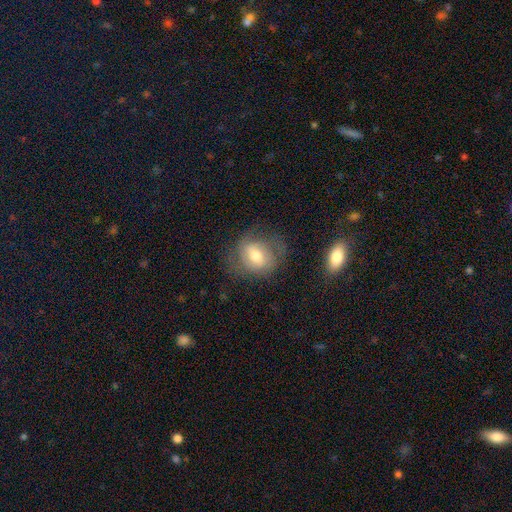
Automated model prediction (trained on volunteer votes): smooth 51%, featured or disk 41%, star or artifact 8%. Down the decision tree: how rounded — round (51%); merging — none (60%).